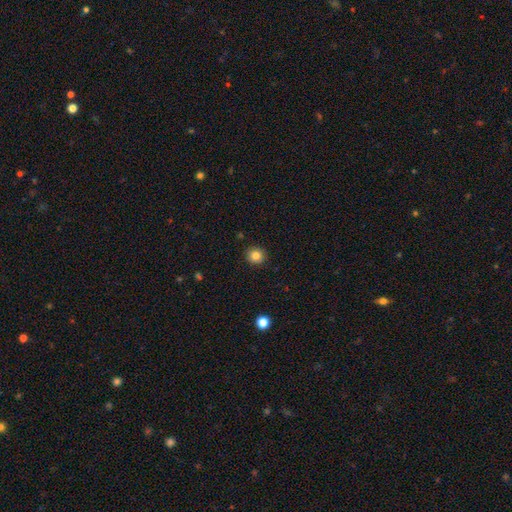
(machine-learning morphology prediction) smooth 83%, star or artifact 11%, featured or disk 6%. Down the decision tree: how rounded — round (90%); merging — none (92%).